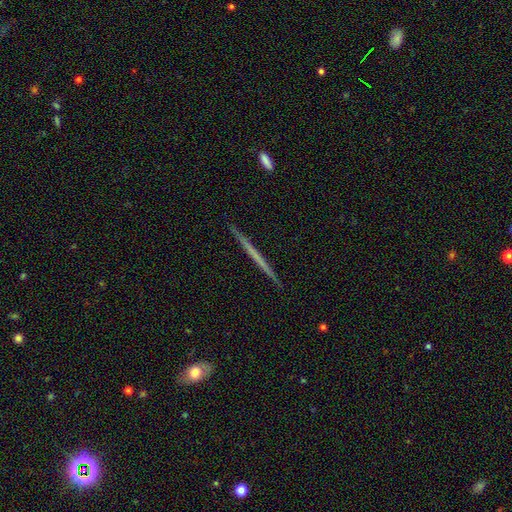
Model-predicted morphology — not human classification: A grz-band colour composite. It shows a featured or disk galaxy (57%) viewed edge-on (98%) with no central bulge (92%). Merging: none (93%).